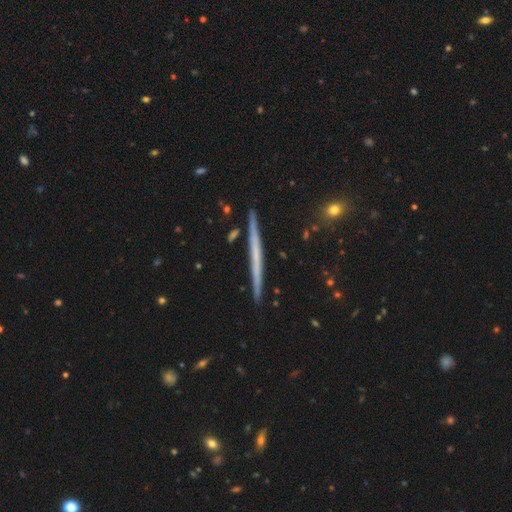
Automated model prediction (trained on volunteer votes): Smooth or featured?
  - featured or disk: 62% *
  - smooth: 32%
  - star or artifact: 7%
Edge-on disk?
  - yes: 98% *
  - no: 2%
Edge-on bulge?
  - none: 84% *
  - rounded: 11%
  - boxy: 4%
Merging?
  - none: 90% *
  - minor disturbance: 7%
  - merger: 1%
  - major disturbance: 1%